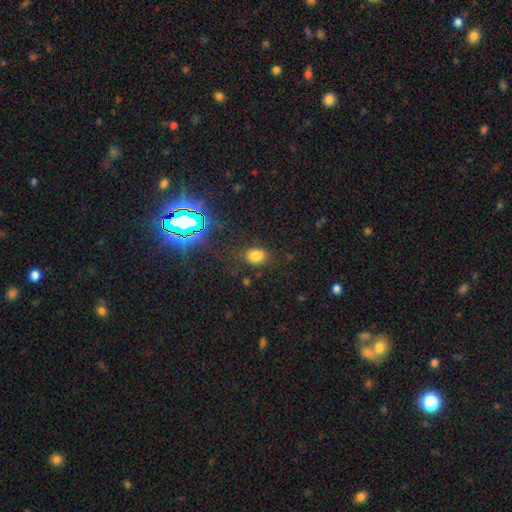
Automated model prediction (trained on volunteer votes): This appears to be a smooth galaxy with no disk features (74%) that is in between round and cigar-shaped (65%). Merging: none (77%).